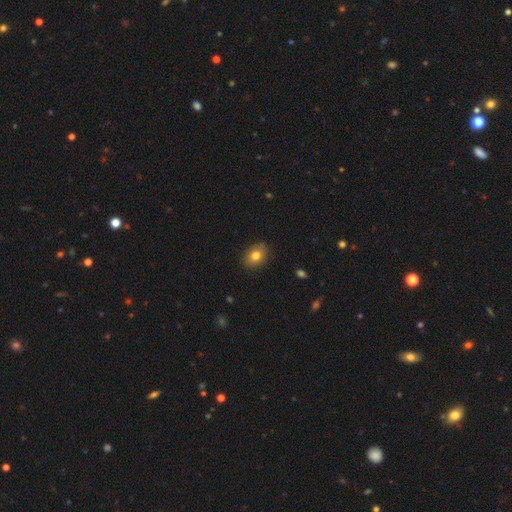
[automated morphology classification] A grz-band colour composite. It shows a smooth galaxy with no disk features (78%) that is in between round and cigar-shaped (68%). Merging: none (87%).